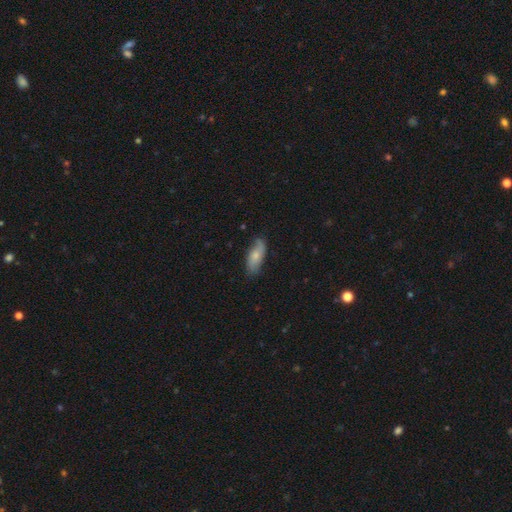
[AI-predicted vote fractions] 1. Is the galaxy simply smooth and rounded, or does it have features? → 65% smooth, 29% featured or disk, 6% star or artifact.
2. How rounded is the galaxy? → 82% in between, 15% cigar-shaped, 3% round.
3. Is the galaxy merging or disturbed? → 69% none, 25% minor disturbance, 5% major disturbance, 2% merger.